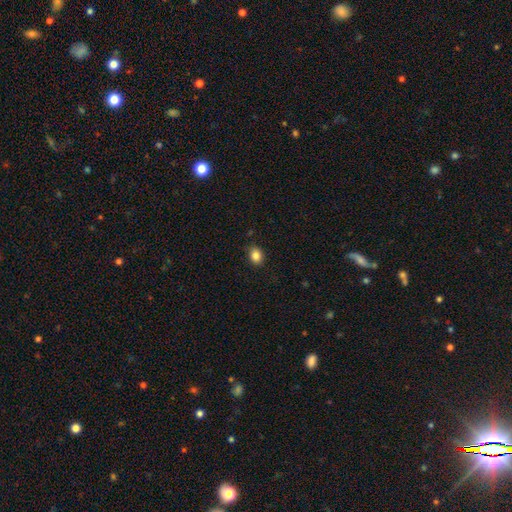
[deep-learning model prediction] Smooth or featured: smooth — 85% (star or artifact — 10%)
How rounded: in between — 51% (round — 48%)
Merging: none — 86% (minor disturbance — 11%)